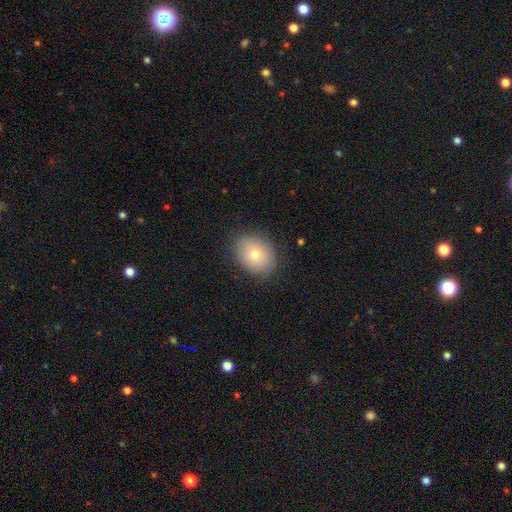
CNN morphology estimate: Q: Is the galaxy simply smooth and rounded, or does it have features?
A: smooth — 75%.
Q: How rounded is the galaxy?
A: in between — 52%.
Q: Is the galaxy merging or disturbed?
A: none — 85%.